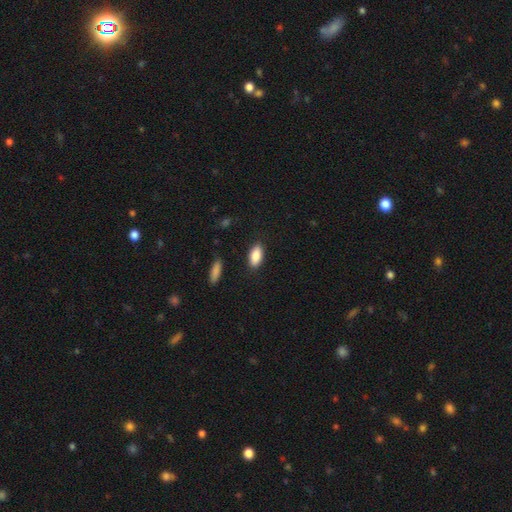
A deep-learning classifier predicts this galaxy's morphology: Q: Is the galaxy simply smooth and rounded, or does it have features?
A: smooth — 87%.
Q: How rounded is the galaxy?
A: in between — 86%.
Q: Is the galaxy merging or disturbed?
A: none — 87%.